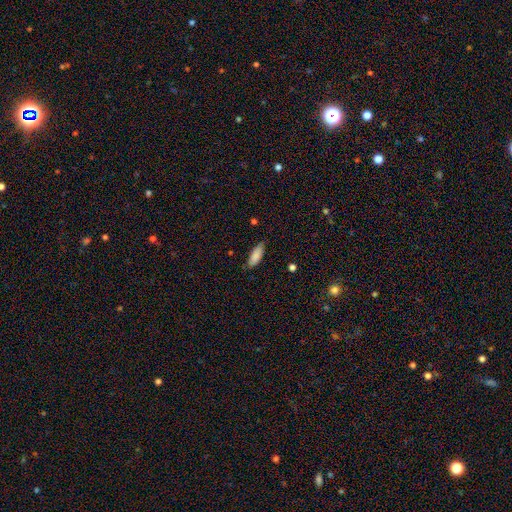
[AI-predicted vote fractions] A smooth galaxy with no disk features (86%) that is in between round and cigar-shaped (68%). Merging: none (80%).